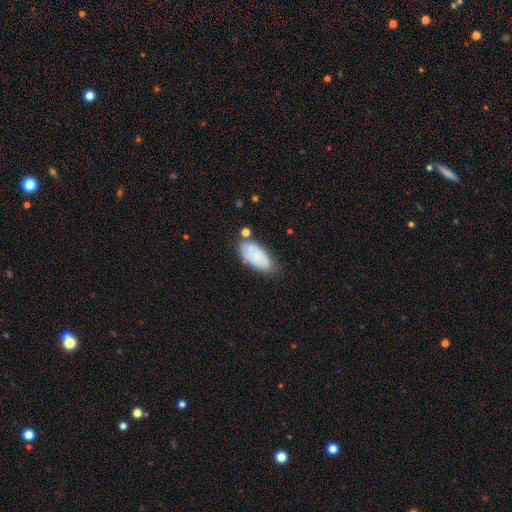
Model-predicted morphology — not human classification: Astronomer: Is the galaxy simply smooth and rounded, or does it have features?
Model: smooth — 70%.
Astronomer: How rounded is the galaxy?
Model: in between — 91%.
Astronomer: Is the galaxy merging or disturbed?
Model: none — 62%.